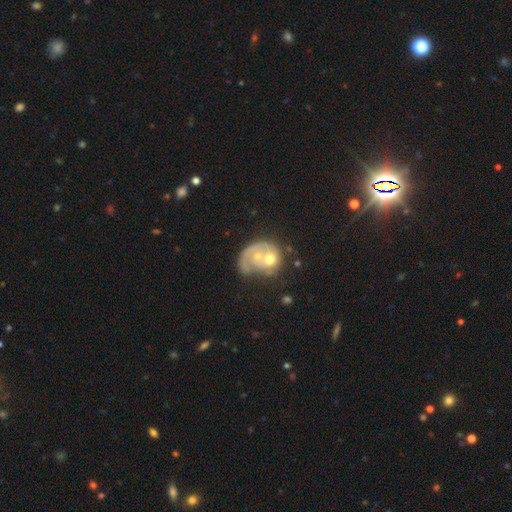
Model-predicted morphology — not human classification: Overall: featured or disk (60%; smooth 34%). Edge-on disk: no (98%). Bar: no (87%). Spiral arms: yes (52%; no 48%). Bulge size: moderate (57%; small 31%). Merging: merger (43%; major disturbance 23%).